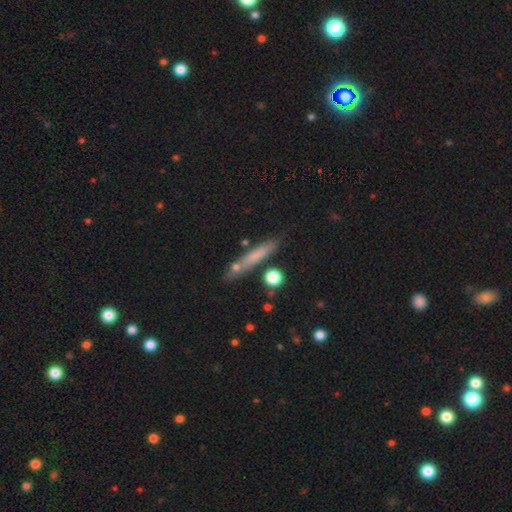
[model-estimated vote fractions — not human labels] smooth 65%, featured or disk 25%, star or artifact 10%. Down the decision tree: how rounded — cigar-shaped (90%); merging — none (77%).